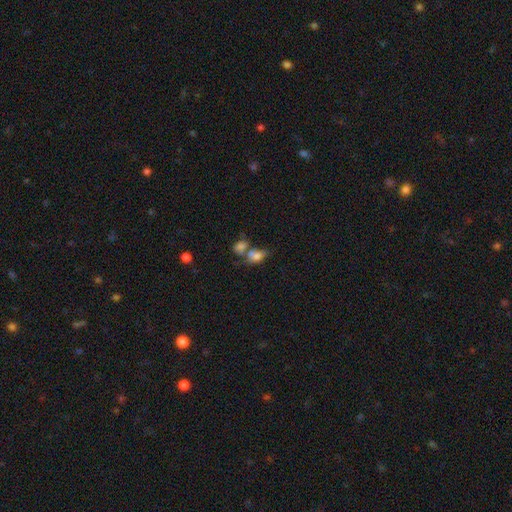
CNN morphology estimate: This is likely a smooth galaxy (73%). How rounded: likely in between (79%). Merging: possibly merger (51%).